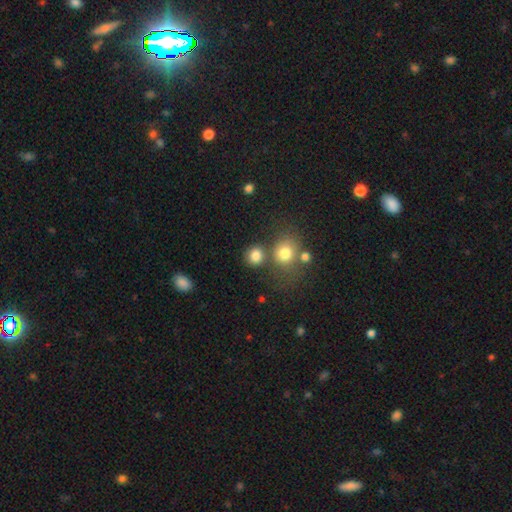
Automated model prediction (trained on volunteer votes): smooth_or_featured: smooth (p=0.81) [alt: star or artifact p=0.12]
how_rounded: round (p=0.83) [alt: in between p=0.16]
merging: none (p=0.65) [alt: merger p=0.21]